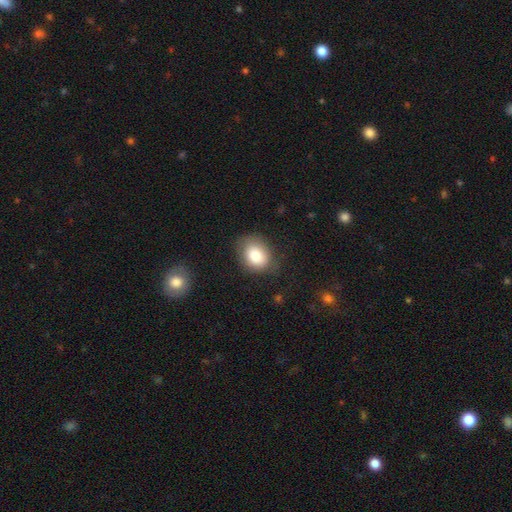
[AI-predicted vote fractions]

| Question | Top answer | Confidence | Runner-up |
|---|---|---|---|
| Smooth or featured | smooth | 82% | featured or disk (9%) |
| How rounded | in between | 56% | round (43%) |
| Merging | none | 75% | minor disturbance (18%) |